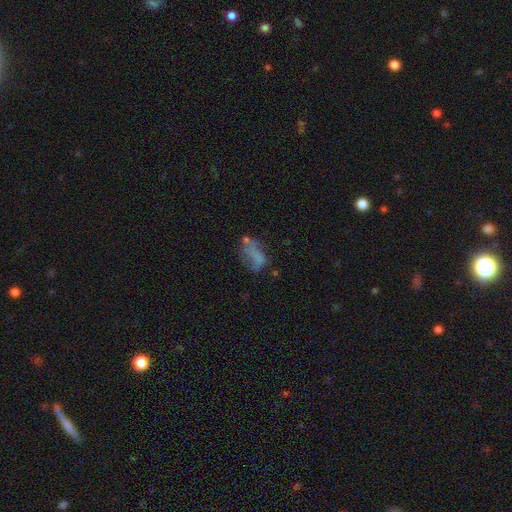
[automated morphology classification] This appears to be a smooth galaxy with no disk features (55%) that is in between round and cigar-shaped (86%). Merging: none (34%).